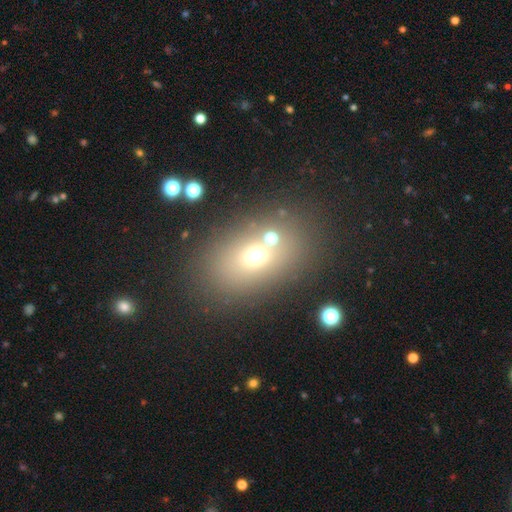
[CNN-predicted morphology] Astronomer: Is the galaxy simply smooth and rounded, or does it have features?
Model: smooth — 62%.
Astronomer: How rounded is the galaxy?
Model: in between — 68%.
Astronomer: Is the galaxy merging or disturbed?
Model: none — 69%.